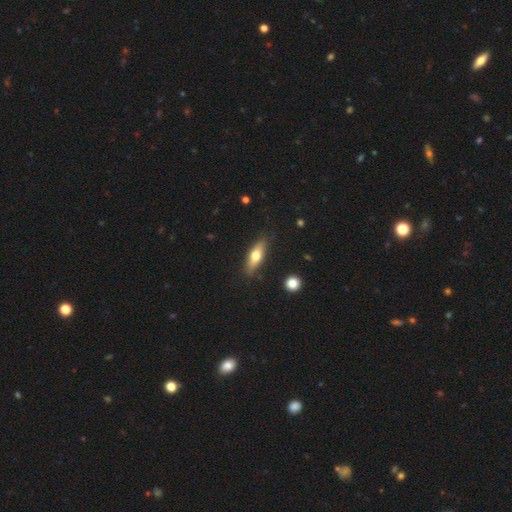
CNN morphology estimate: smooth 59%, featured or disk 35%, star or artifact 6%. Down the decision tree: how rounded — cigar-shaped (49%); merging — none (84%).